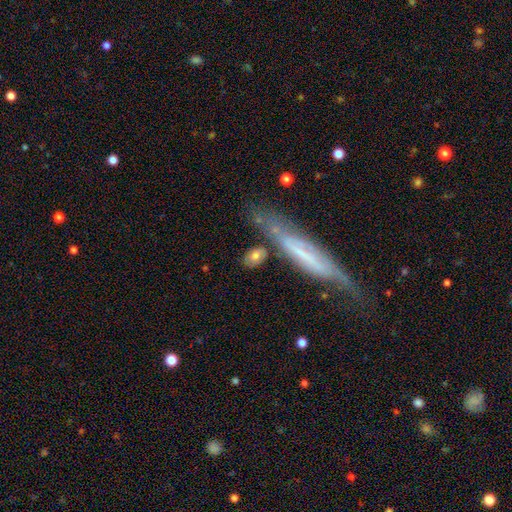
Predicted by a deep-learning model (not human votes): Smooth or featured? Predicted: smooth (p=0.70). How rounded? Predicted: in between (p=0.74). Merging? Predicted: none (p=0.66).